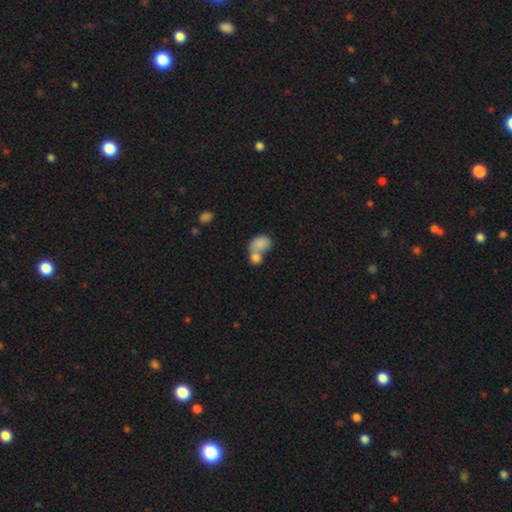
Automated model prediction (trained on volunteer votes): smooth 80%, featured or disk 12%, star or artifact 8%. Down the decision tree: how rounded — in between (66%); merging — merger (68%).